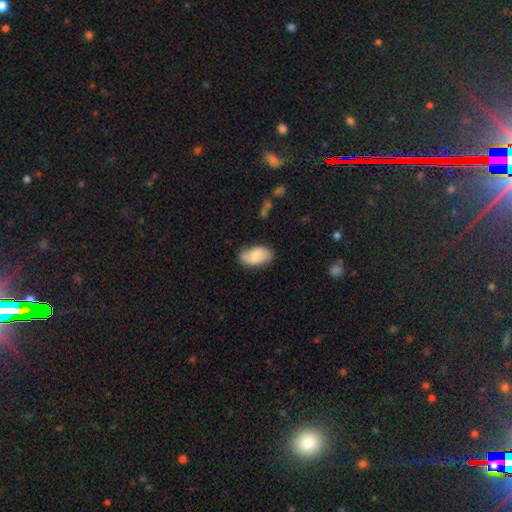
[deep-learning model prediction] Smooth or featured: smooth — 72% (featured or disk — 22%)
How rounded: in between — 94% (round — 4%)
Merging: none — 75% (minor disturbance — 19%)